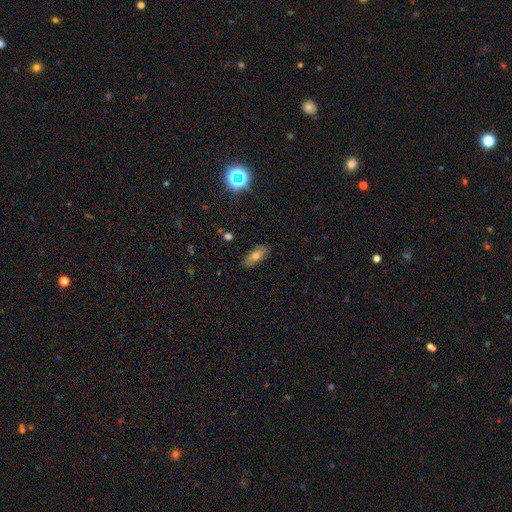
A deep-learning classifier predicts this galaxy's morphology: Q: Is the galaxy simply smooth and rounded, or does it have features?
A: smooth — 66%.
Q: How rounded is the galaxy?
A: in between — 80%.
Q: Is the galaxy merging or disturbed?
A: none — 85%.